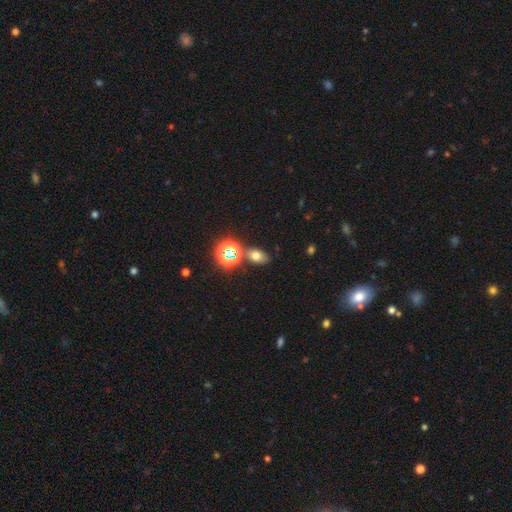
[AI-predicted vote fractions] Q: Smooth or featured?
A: smooth (63%); runner-up: star or artifact (26%)
Q: How rounded?
A: in between (77%); runner-up: round (21%)
Q: Merging?
A: none (76%); runner-up: minor disturbance (11%)